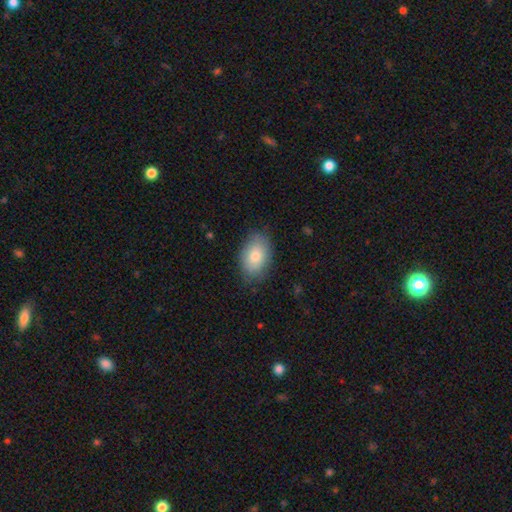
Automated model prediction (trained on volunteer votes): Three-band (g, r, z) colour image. It shows a smooth galaxy with no disk features (78%) that is in between round and cigar-shaped (87%). Merging: none (81%).